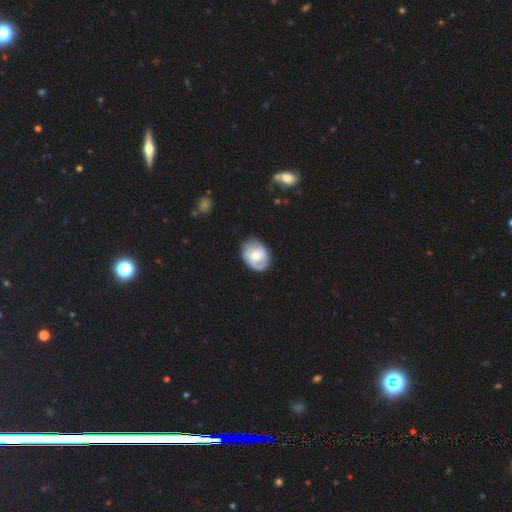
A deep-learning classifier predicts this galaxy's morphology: type=featured or disk (53%); edge-on=no (96%); bar=no (63%); spiral arms=yes (72%); bulge=moderate (67%); merging=none (76%).